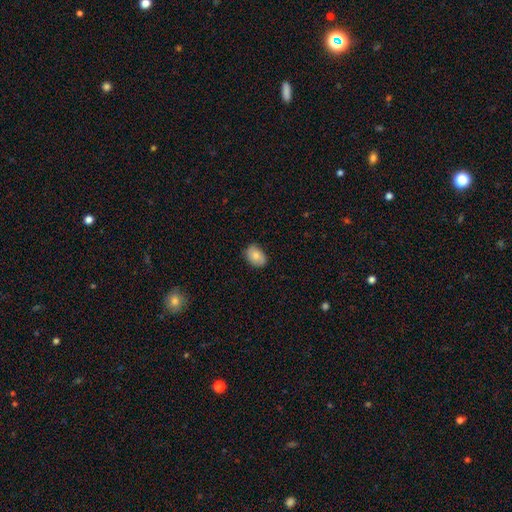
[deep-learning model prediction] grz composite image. It shows a smooth galaxy with no disk features (80%) that is in between round and cigar-shaped (80%). Merging: none (81%).